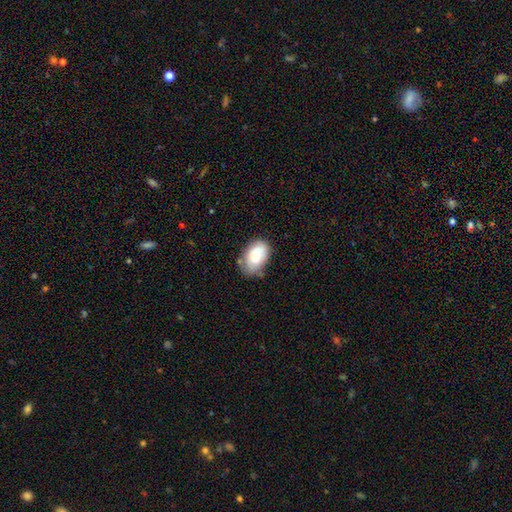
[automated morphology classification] Smooth or featured? Predicted: smooth (p=0.70). How rounded? Predicted: in between (p=0.87). Merging? Predicted: none (p=0.62).